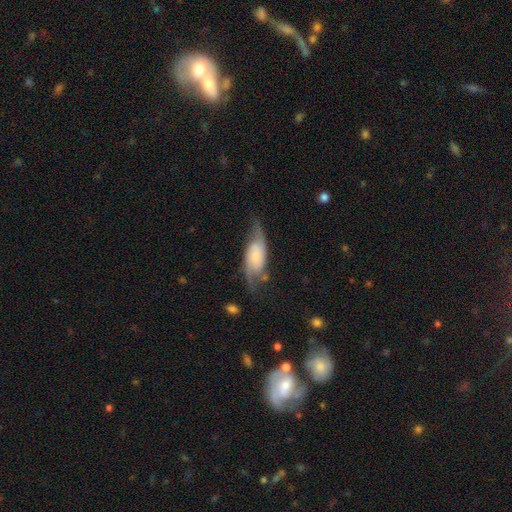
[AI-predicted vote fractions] A featured or disk galaxy (68%) with no bar (60%), 2 (88%) loose (54%) spiral arms (93%) and a small central bulge (38%). Merging: none (58%).